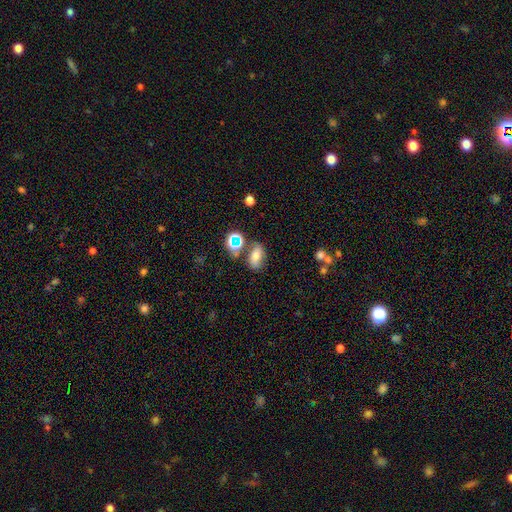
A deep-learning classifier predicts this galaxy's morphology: A smooth galaxy with no disk features (62%) that is in between round and cigar-shaped (81%). Merging: none (60%).